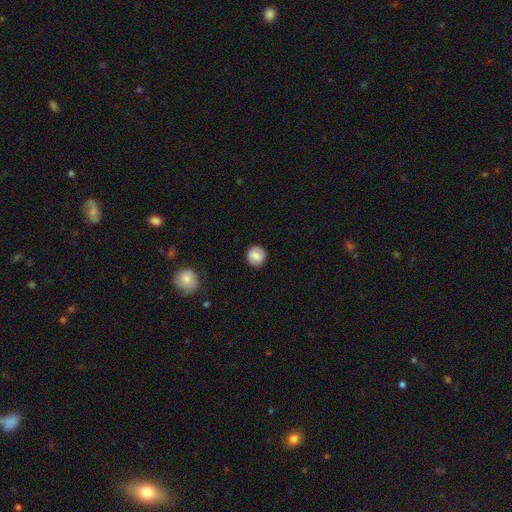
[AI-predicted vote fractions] Smooth or featured: smooth — 62% (featured or disk — 30%)
How rounded: round — 83% (in between — 16%)
Merging: none — 87% (minor disturbance — 9%)